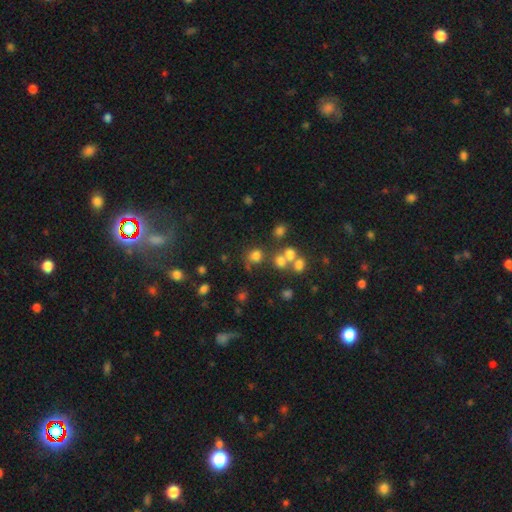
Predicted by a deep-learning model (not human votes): smooth-or-featured: smooth: 70% | star or artifact: 20% | featured or disk: 10%
  how-rounded: round: 82% | in between: 17% | cigar-shaped: 1%
  merging: none: 61% | merger: 20% | minor disturbance: 12% | major disturbance: 8%